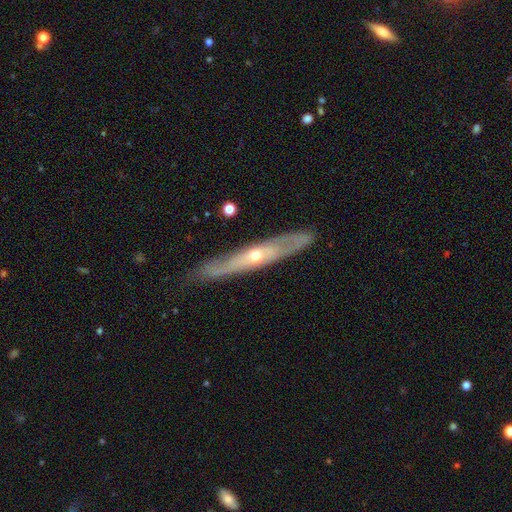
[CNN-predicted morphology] smooth_or_featured: featured or disk (p=0.70) [alt: smooth p=0.24]
disk_edge_on: yes (p=0.62) [alt: no p=0.38]
merging: none (p=0.80) [alt: minor disturbance p=0.15]